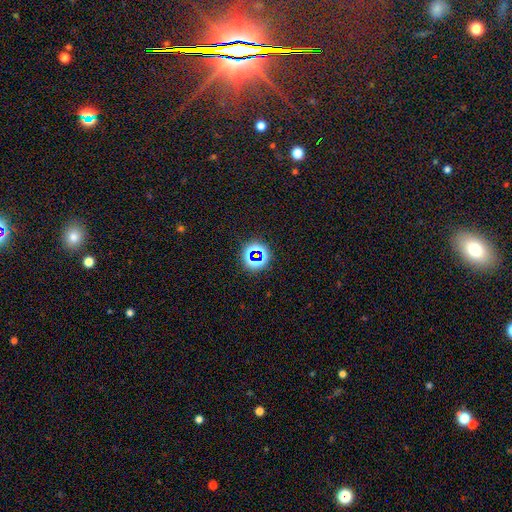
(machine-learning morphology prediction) A star or artifact, not a galaxy (69%).

Vote fractions:
- Smooth or featured? star or artifact: 69% / smooth: 22% / featured or disk: 9%